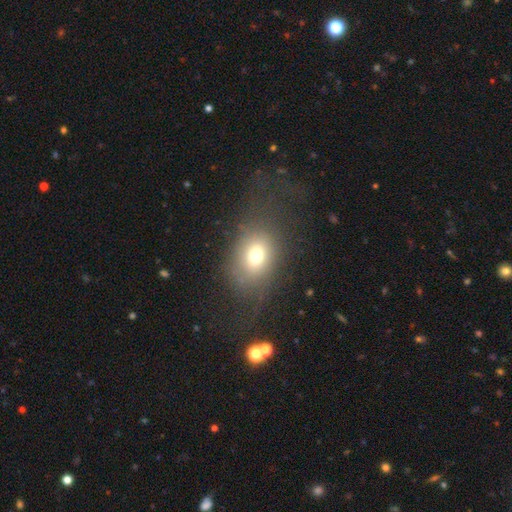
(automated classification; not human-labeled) A smooth galaxy with no disk features (70%) that is in between round and cigar-shaped (56%). Merging: none (61%).